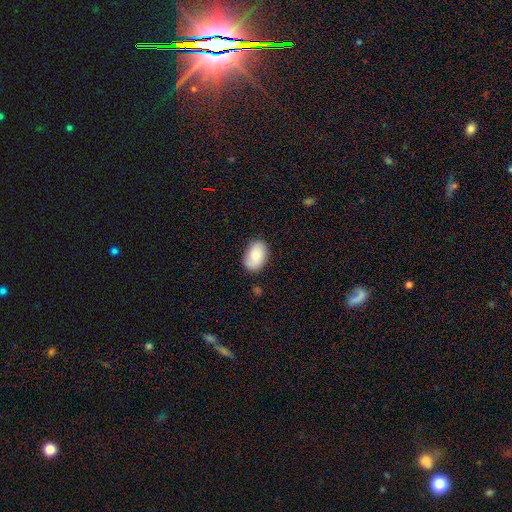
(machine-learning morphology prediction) smooth_or_featured: smooth (p=0.81) [alt: featured or disk p=0.12]
how_rounded: in between (p=0.89) [alt: round p=0.09]
merging: none (p=0.80) [alt: minor disturbance p=0.16]